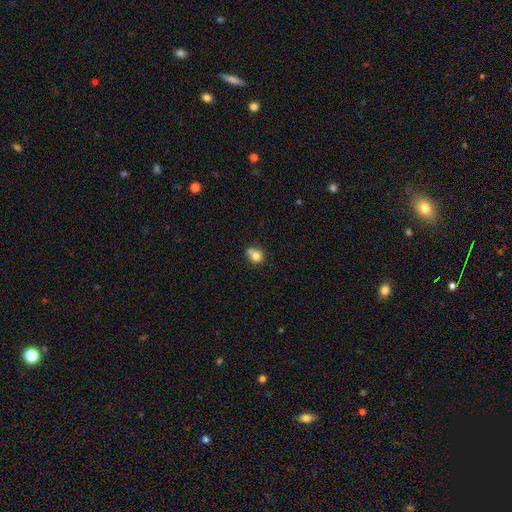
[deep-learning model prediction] Smooth or featured? Predicted: smooth (p=0.77). How rounded? Predicted: round (p=0.74). Merging? Predicted: none (p=0.47).